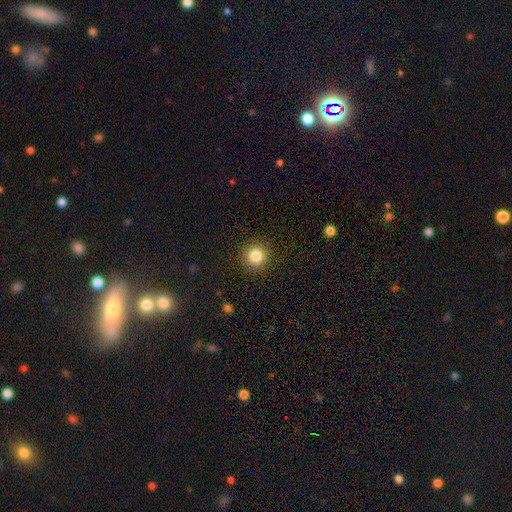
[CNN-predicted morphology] Smooth or featured?
  - smooth: 85% *
  - star or artifact: 10%
  - featured or disk: 5%
How rounded?
  - round: 95% *
  - in between: 4%
  - cigar-shaped: 1%
Merging?
  - none: 91% *
  - minor disturbance: 6%
  - major disturbance: 2%
  - merger: 1%